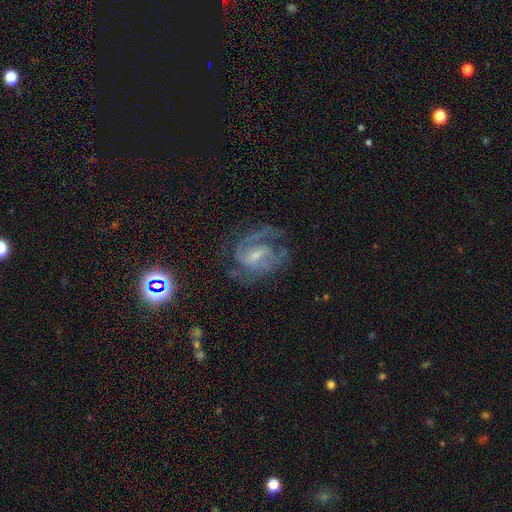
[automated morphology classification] The model was most divided on "spiral winding": medium: 48%, tight: 37%, loose: 16%. Remaining: edge-on disk — no (97%); spiral arms — yes (90%); smooth or featured — featured or disk (81%); bar — weak (54%); merging — none (52%); bulge size — small (51%); spiral arm count — 2 (44%).